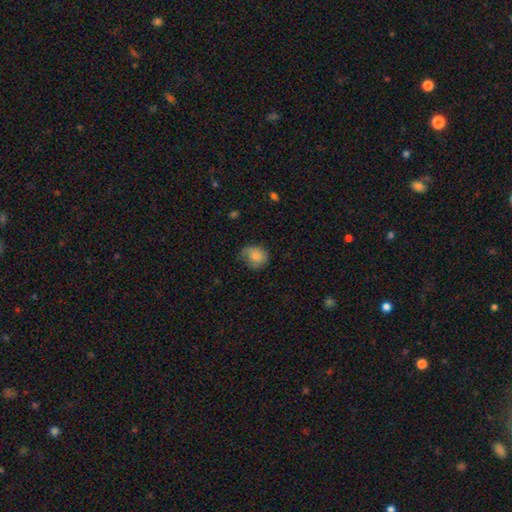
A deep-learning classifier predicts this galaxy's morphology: Smooth or featured?
  - smooth: 76% *
  - featured or disk: 16%
  - star or artifact: 8%
How rounded?
  - round: 62% *
  - in between: 37%
  - cigar-shaped: 1%
Merging?
  - none: 48% *
  - minor disturbance: 35%
  - major disturbance: 16%
  - merger: 2%